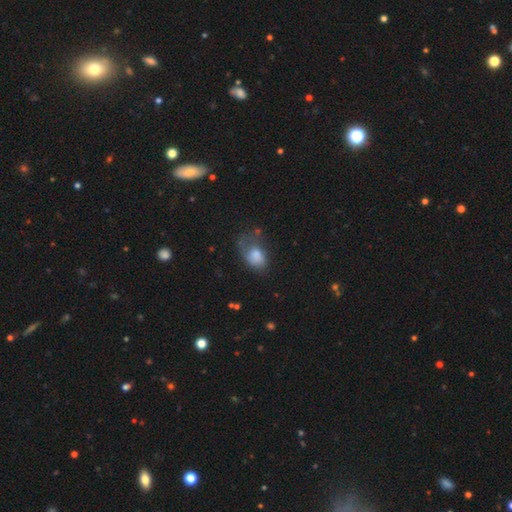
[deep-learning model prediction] smooth 71%, featured or disk 20%, star or artifact 9%. Down the decision tree: how rounded — in between (81%); merging — major disturbance (40%).